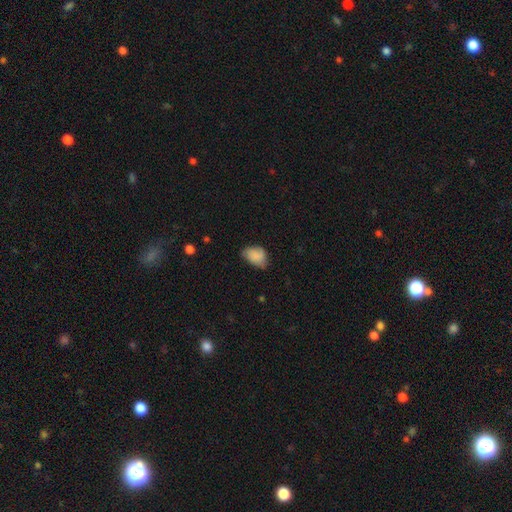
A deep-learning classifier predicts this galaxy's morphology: The model was most divided on "merging": none: 50%, minor disturbance: 39%, major disturbance: 9%, merger: 2%. More confident: smooth or featured — smooth (79%); how rounded — in between (78%).